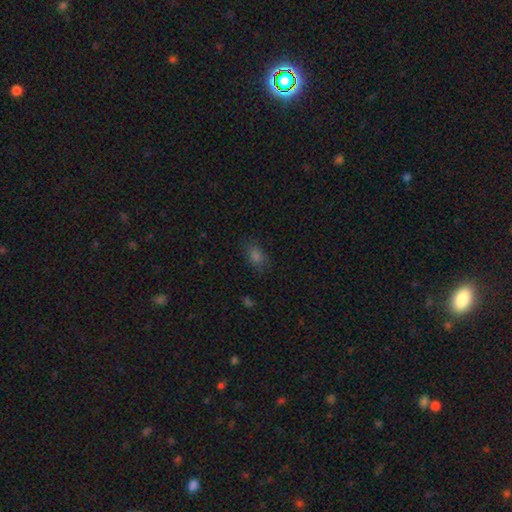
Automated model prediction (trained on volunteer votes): Smooth or featured? smooth (73%)
How rounded? in between (76%)
Merging? none (80%)